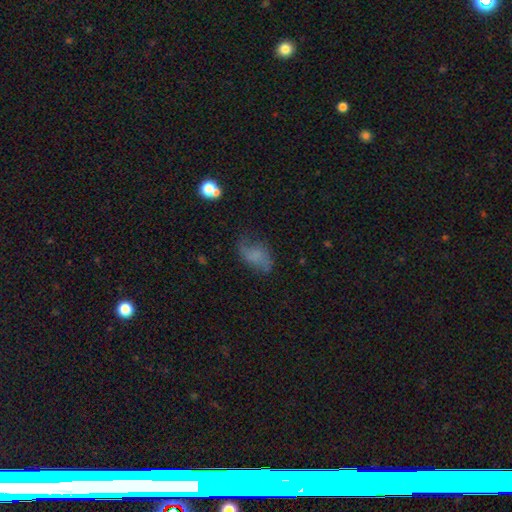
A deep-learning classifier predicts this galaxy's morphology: Smooth or featured?
  - smooth: 48% *
  - featured or disk: 38%
  - star or artifact: 14%
Merging?
  - none: 54% *
  - minor disturbance: 27%
  - major disturbance: 16%
  - merger: 3%